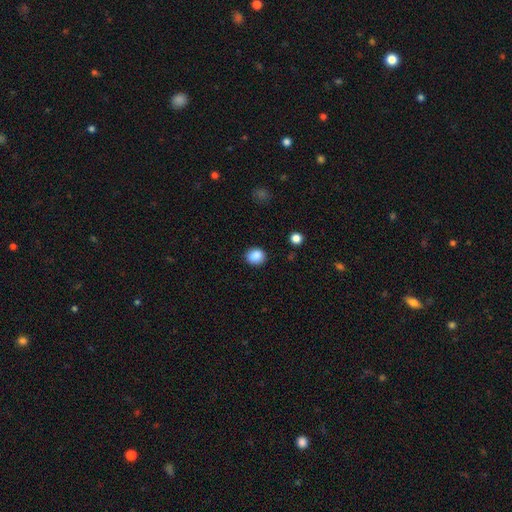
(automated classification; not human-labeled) A smooth galaxy with no disk features (88%) that is round (70%). Merging: none (86%).